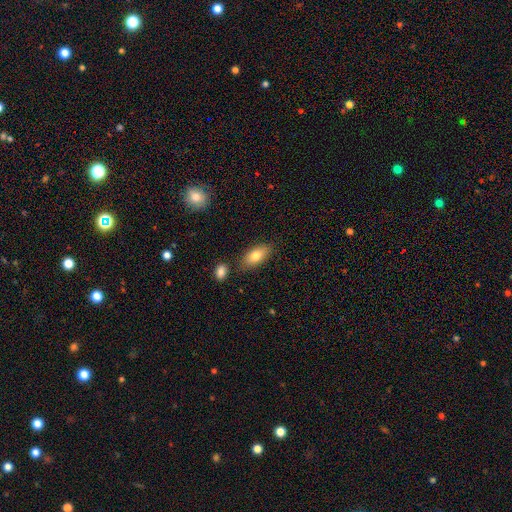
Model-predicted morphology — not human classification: smooth_or_featured: smooth (p=0.79) [alt: featured or disk p=0.14]
how_rounded: in between (p=0.89) [alt: cigar-shaped p=0.07]
merging: none (p=0.80) [alt: minor disturbance p=0.12]